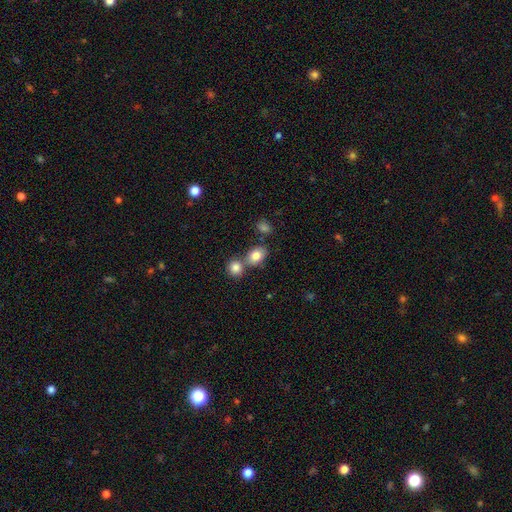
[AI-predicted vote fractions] A smooth galaxy with no disk features (82%) that is in between round and cigar-shaped (62%). Merging: none (54%).